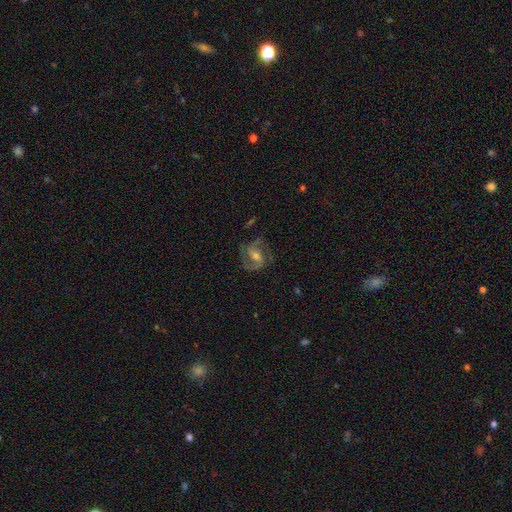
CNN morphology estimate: This is clearly a featured or disk galaxy (85%). It is clearly not viewed edge-on (97%). Bar: possibly weak (48%). Spiral arm pattern: clearly yes (96%). Spiral arm count: likely 2 (74%). Spiral winding: possibly medium (57%). Central bulge: possibly moderate (57%). Merging: likely none (74%).